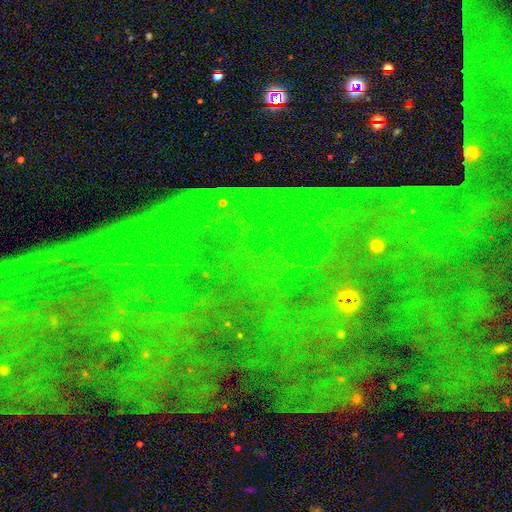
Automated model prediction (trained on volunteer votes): smooth_or_featured: star or artifact (p=0.84) [alt: featured or disk p=0.09]